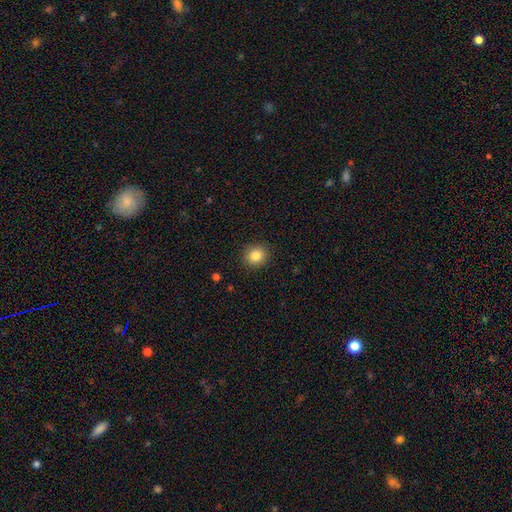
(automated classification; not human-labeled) The model was most divided on "how rounded": round: 83%, in between: 16%, cigar-shaped: 1%. More confident: merging — none (90%); smooth or featured — smooth (85%).